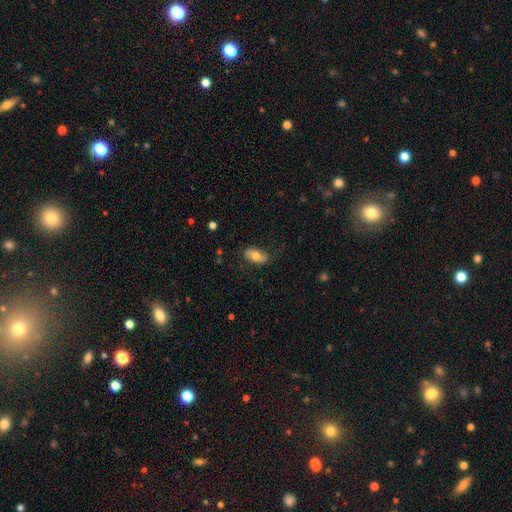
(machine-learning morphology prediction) This appears to be a smooth galaxy with no disk features (65%) that is in between round and cigar-shaped (91%). Merging: none (78%).